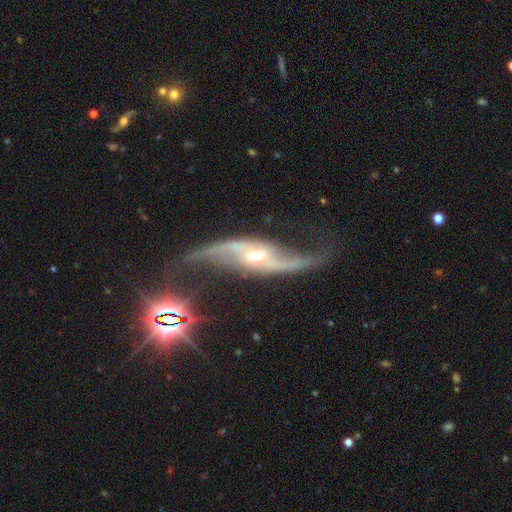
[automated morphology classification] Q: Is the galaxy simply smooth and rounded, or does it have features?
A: featured or disk — 90%.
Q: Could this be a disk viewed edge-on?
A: no — 92%.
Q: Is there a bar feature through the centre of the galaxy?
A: no — 36%, tied with weak.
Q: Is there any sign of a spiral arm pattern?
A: yes — 97%.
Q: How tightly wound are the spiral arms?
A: loose — 83%.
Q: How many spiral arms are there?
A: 2 — 94%.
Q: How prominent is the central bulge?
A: moderate — 53%.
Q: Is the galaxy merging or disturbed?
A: none — 70%.